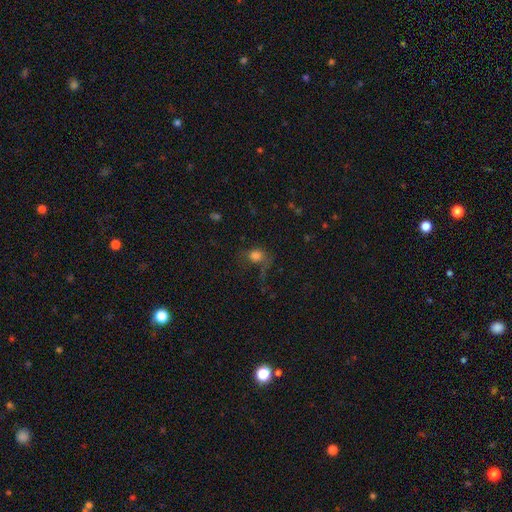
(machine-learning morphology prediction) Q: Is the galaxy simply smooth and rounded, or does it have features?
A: smooth — 73%.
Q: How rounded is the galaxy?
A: round — 54%.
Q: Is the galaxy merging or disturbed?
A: none — 43%.